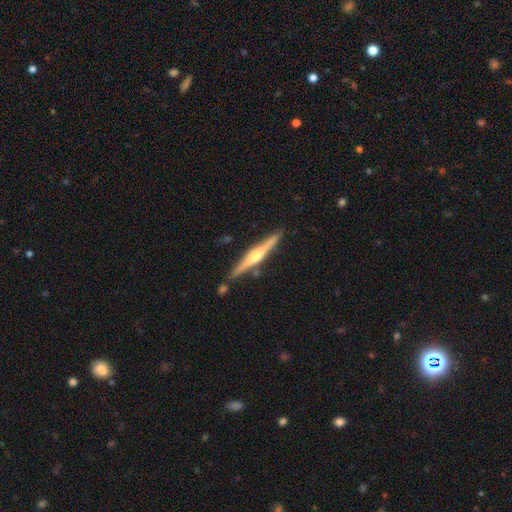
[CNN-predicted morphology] A featured or disk galaxy (78%) viewed edge-on (98%) with a rounded central bulge (88%). Merging: none (84%).